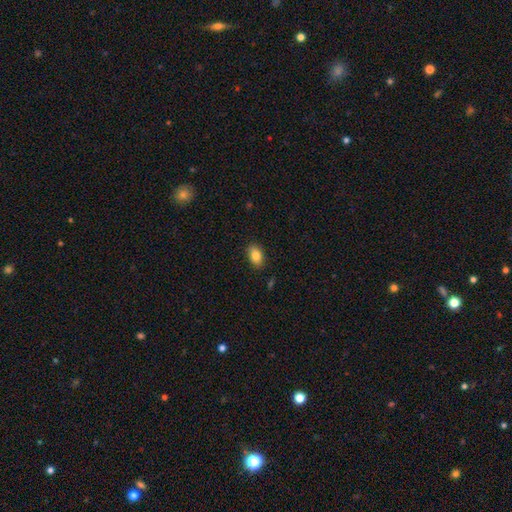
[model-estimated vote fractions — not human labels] Smooth or featured? Predicted: smooth (p=0.84). How rounded? Predicted: in between (p=0.87). Merging? Predicted: none (p=0.87).